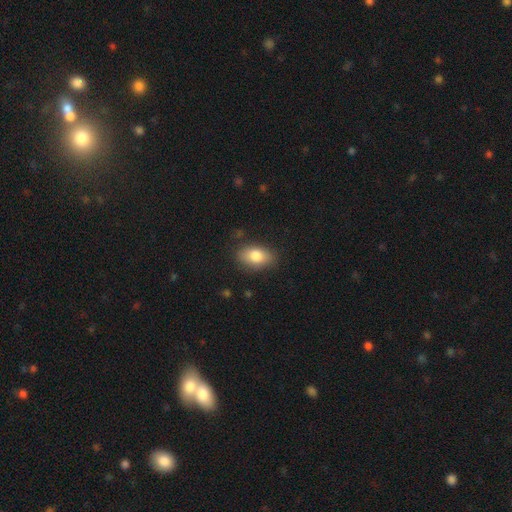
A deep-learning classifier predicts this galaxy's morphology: Smooth or featured? smooth (82%)
How rounded? in between (88%)
Merging? none (81%)